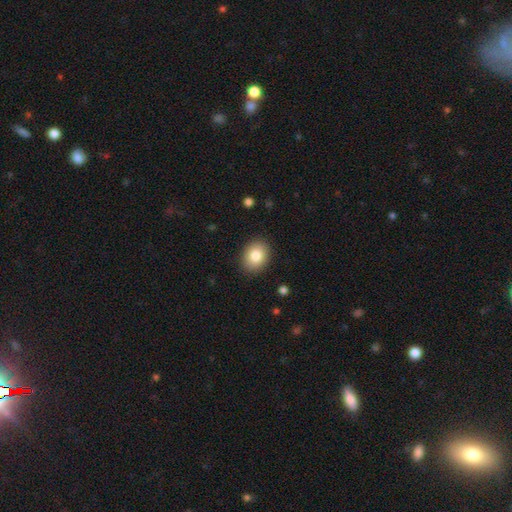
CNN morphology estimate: Smooth or featured?
  - smooth: 84% *
  - star or artifact: 8%
  - featured or disk: 8%
How rounded?
  - in between: 58% *
  - round: 41%
  - cigar-shaped: 1%
Merging?
  - none: 89% *
  - minor disturbance: 8%
  - major disturbance: 2%
  - merger: 1%